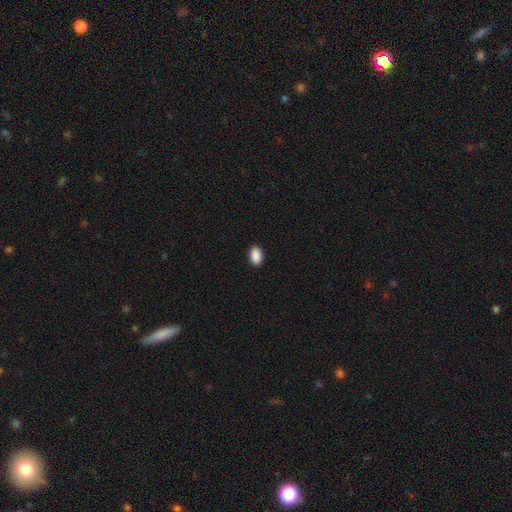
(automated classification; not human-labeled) Smooth or featured? smooth (91%)
How rounded? in between (89%)
Merging? none (90%)